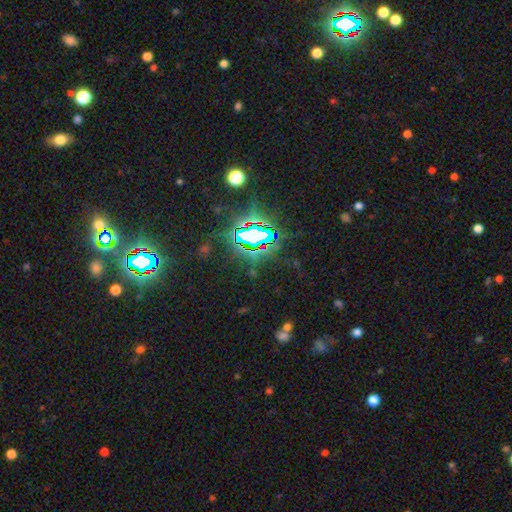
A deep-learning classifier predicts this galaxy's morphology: Smooth or featured? star or artifact (85%)